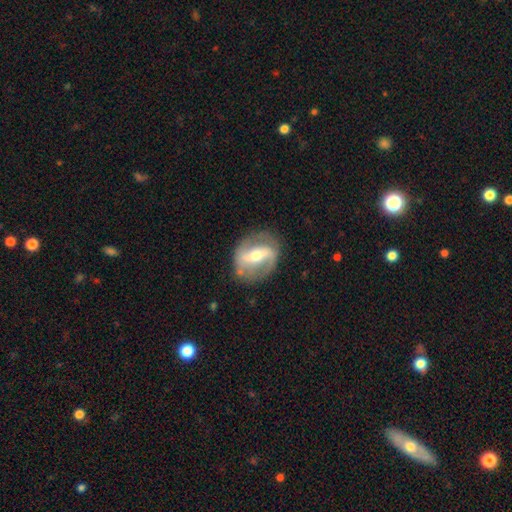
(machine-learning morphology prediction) This is likely a featured or disk galaxy (79%). It is clearly not viewed edge-on (93%). Bar: possibly strong (58%). Spiral arm pattern: likely yes (76%). Spiral arm count: clearly 2 (84%). Spiral winding: marginally medium (40%). Central bulge: likely moderate (61%). Merging: likely none (77%).